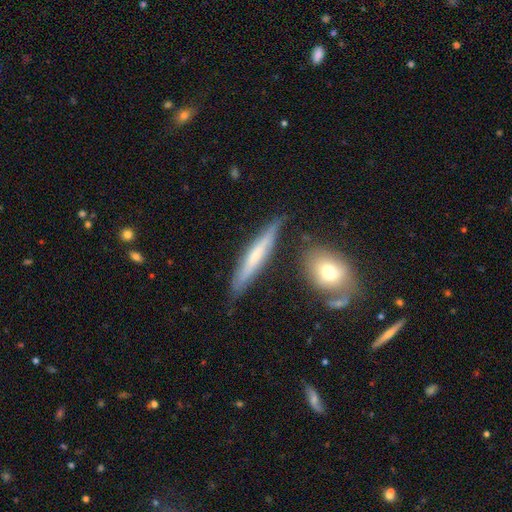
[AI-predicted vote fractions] This appears to be a featured or disk galaxy (50%). Merging: none (79%).